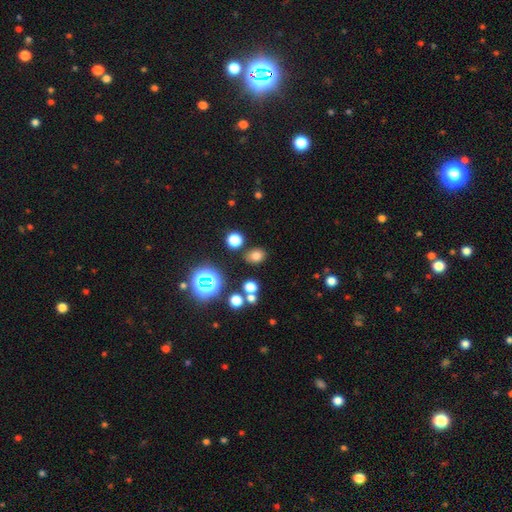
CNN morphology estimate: This is likely a smooth galaxy (70%). How rounded: possibly in between (54%). Merging: clearly none (81%).